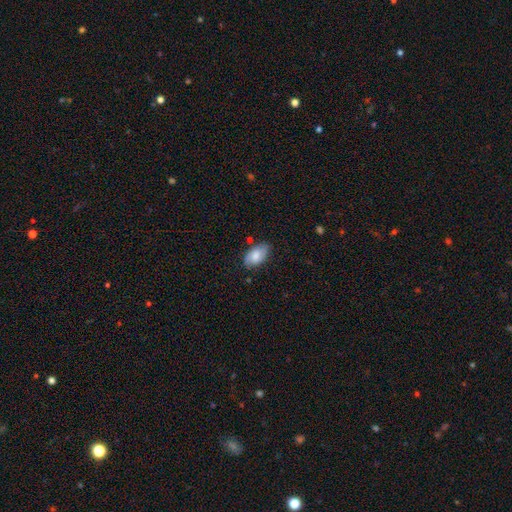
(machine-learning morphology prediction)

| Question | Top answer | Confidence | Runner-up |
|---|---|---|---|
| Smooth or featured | smooth | 69% | featured or disk (24%) |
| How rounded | in between | 94% | round (4%) |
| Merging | none | 72% | minor disturbance (21%) |